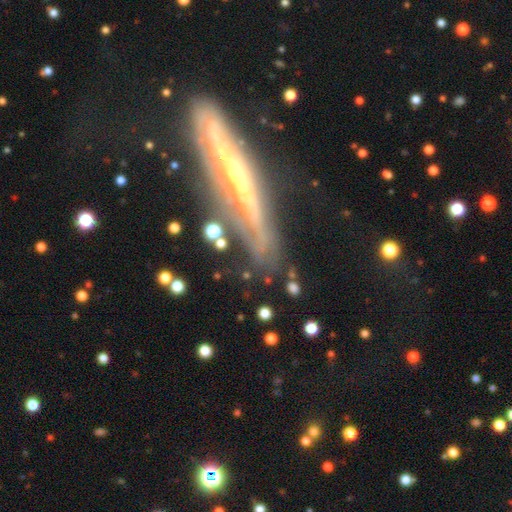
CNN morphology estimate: A featured or disk galaxy (80%) viewed edge-on (65%) with a rounded central bulge (65%). Merging: none (70%).